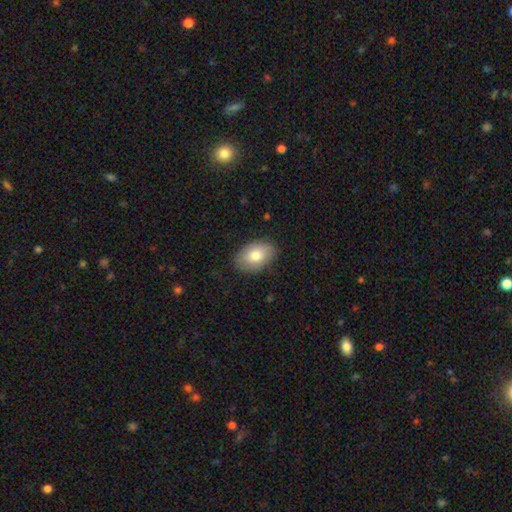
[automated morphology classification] smooth 77%, featured or disk 16%, star or artifact 7%. Down the decision tree: how rounded — in between (88%); merging — none (83%).